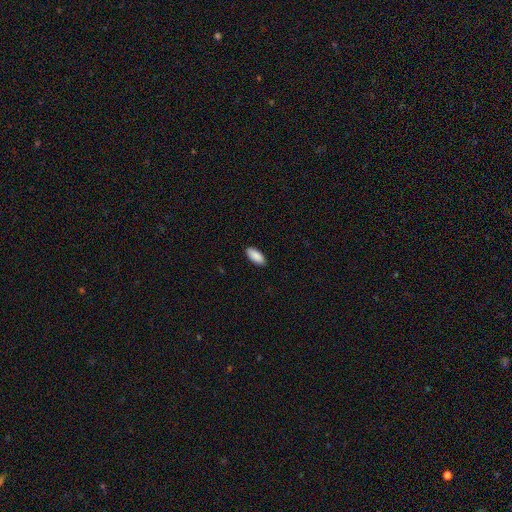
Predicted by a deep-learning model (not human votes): Morphology: type=smooth (90%); roundness=in between (89%); merging=none (90%).